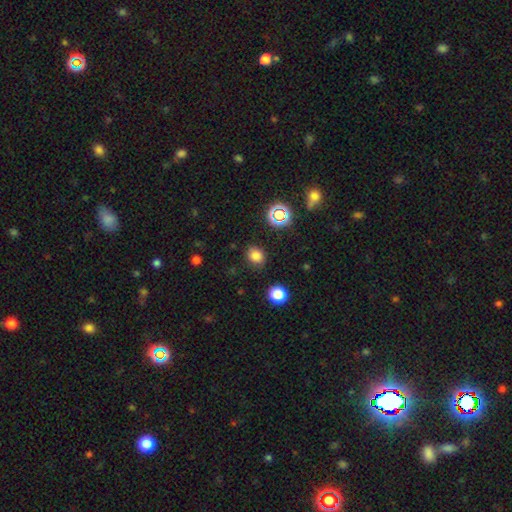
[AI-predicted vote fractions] Smooth or featured?
  - smooth: 78% *
  - star or artifact: 17%
  - featured or disk: 5%
How rounded?
  - round: 64% *
  - in between: 35%
  - cigar-shaped: 1%
Merging?
  - none: 85% *
  - minor disturbance: 10%
  - major disturbance: 3%
  - merger: 2%